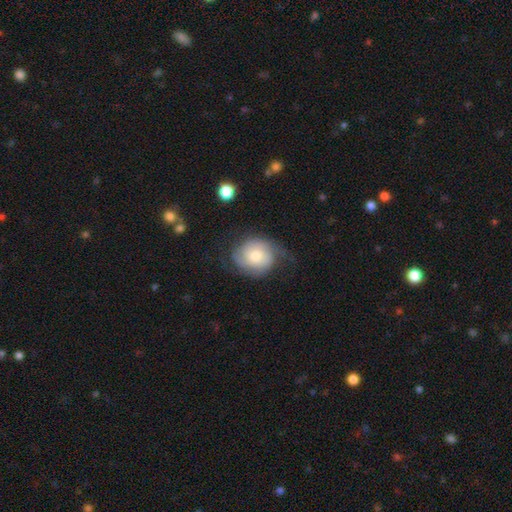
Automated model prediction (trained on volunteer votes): This appears to be a featured or disk galaxy (60%) with no bar (73%), 2 (61%) tight (42%) spiral arms (90%) and a moderate central bulge (56%). Merging: none (57%).